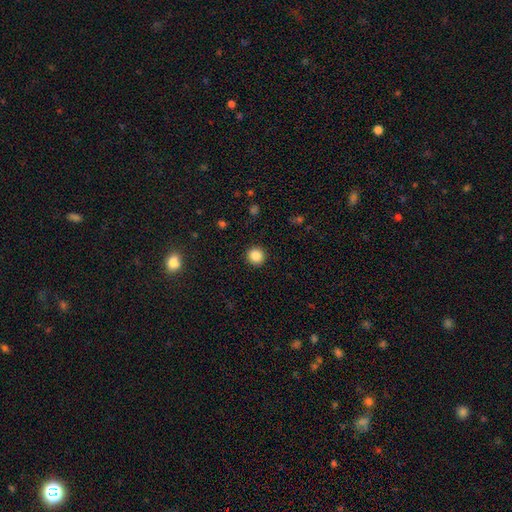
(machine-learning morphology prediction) smooth-or-featured: smooth: 86% | star or artifact: 11% | featured or disk: 3%
  how-rounded: round: 95% | in between: 4% | cigar-shaped: 1%
  merging: none: 92% | minor disturbance: 5% | major disturbance: 2% | merger: 1%